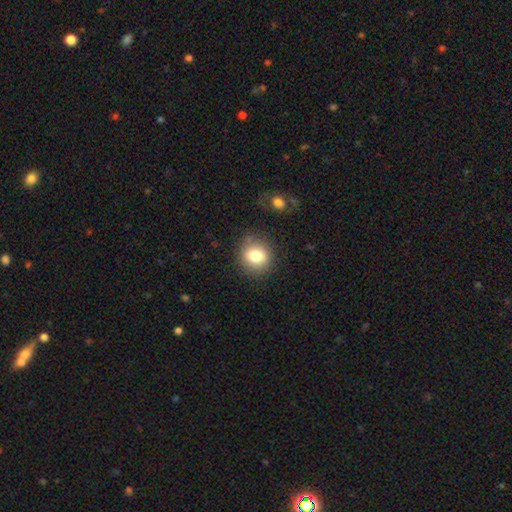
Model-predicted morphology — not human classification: Q: Smooth or featured?
A: smooth (80%); runner-up: featured or disk (10%)
Q: How rounded?
A: round (79%); runner-up: in between (20%)
Q: Merging?
A: none (83%); runner-up: minor disturbance (11%)